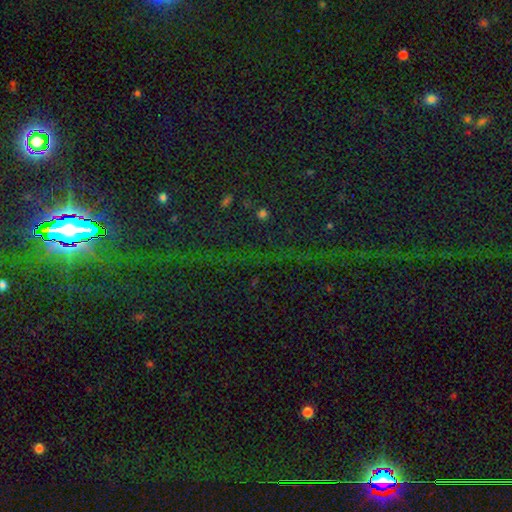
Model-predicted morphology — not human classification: This appears to be a star or artifact, not a galaxy (83%).